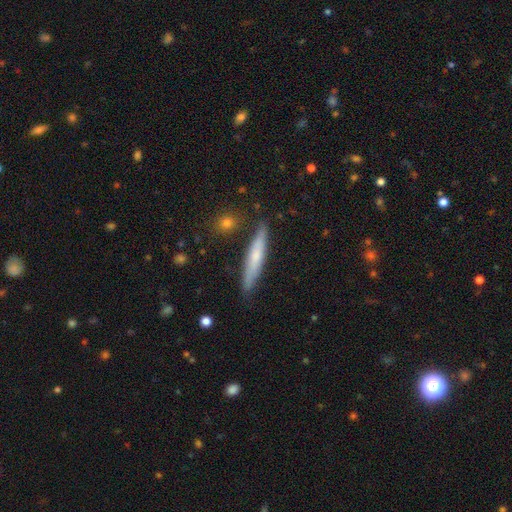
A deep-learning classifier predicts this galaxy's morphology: smooth-or-featured: smooth: 57% | featured or disk: 36% | star or artifact: 6%
  how-rounded: cigar-shaped: 91% | in between: 8% | round: 2%
  merging: none: 85% | minor disturbance: 11% | merger: 2% | major disturbance: 2%